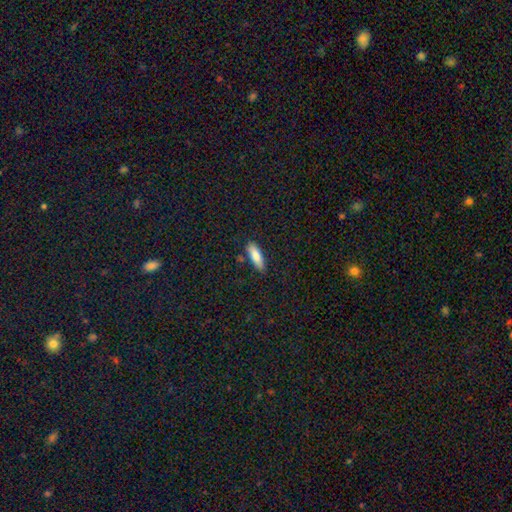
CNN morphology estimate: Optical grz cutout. It shows a smooth galaxy with no disk features (83%) that is in between round and cigar-shaped (51%). Merging: none (82%).